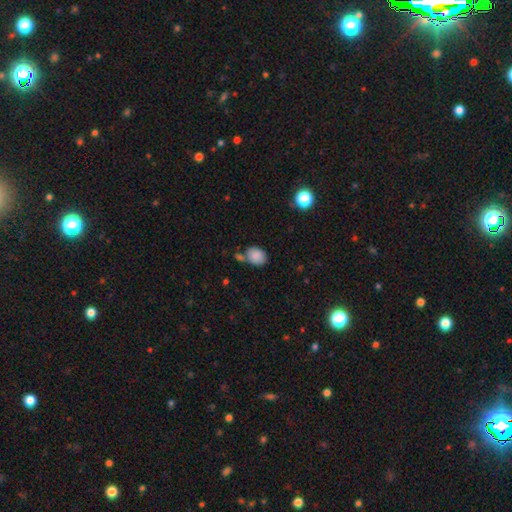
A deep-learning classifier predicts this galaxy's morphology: This is clearly a smooth galaxy (86%). How rounded: possibly round (54%). Merging: likely none (61%).